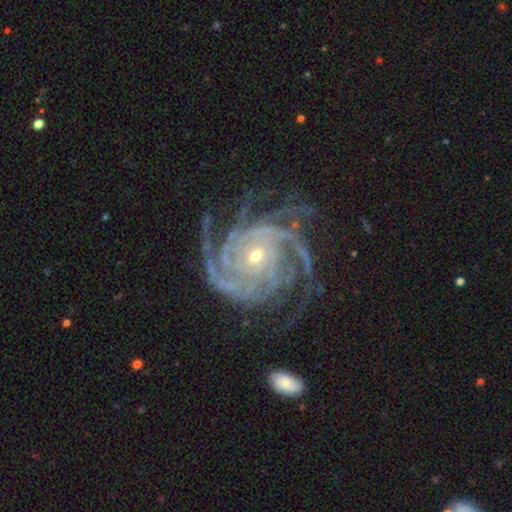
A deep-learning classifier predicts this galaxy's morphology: Q: Smooth or featured?
A: featured or disk (93%); runner-up: star or artifact (5%)
Q: Edge-on disk?
A: no (98%); runner-up: yes (2%)
Q: Bar?
A: no (72%); runner-up: weak (19%)
Q: Spiral arms?
A: yes (99%); runner-up: no (1%)
Q: Spiral winding?
A: tight (73%); runner-up: medium (23%)
Q: Spiral arm count?
A: 4 (32%); runner-up: more than 4 (22%)
Q: Bulge size?
A: small (70%); runner-up: moderate (27%)
Q: Merging?
A: none (72%); runner-up: minor disturbance (17%)